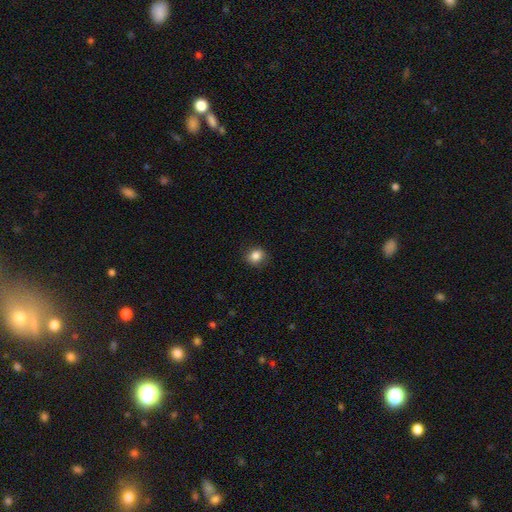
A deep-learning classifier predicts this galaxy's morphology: Q: Smooth or featured?
A: smooth (85%); runner-up: star or artifact (10%)
Q: How rounded?
A: round (76%); runner-up: in between (23%)
Q: Merging?
A: none (88%); runner-up: minor disturbance (9%)